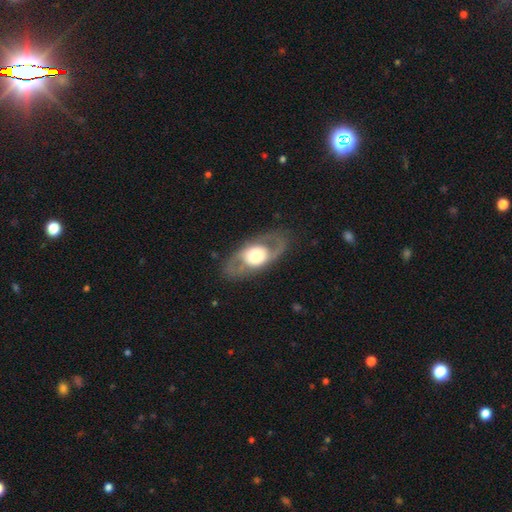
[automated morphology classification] This appears to be a featured or disk galaxy (68%) with no bar (80%), spiral arms (53%) and a large central bulge (50%). Merging: none (80%).